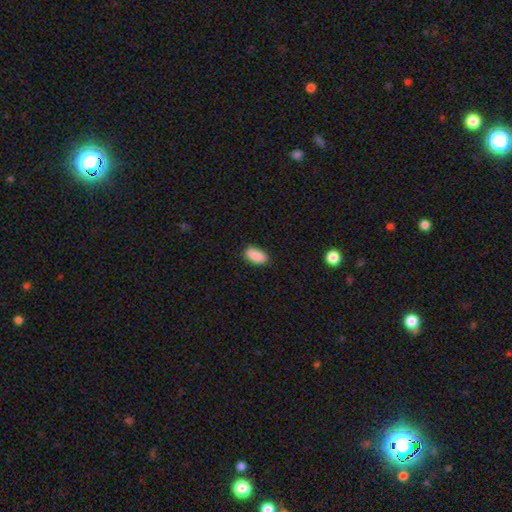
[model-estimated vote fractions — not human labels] smooth_or_featured: smooth (p=0.89) [alt: star or artifact p=0.07]
how_rounded: in between (p=0.89) [alt: cigar-shaped p=0.08]
merging: none (p=0.85) [alt: minor disturbance p=0.12]